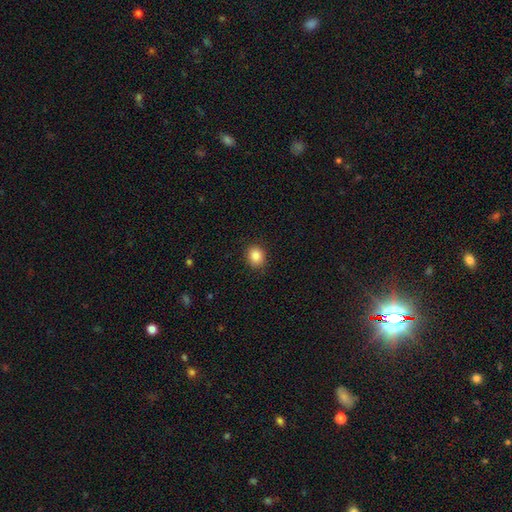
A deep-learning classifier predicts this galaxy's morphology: smooth-or-featured: smooth: 86% | star or artifact: 10% | featured or disk: 5%
  how-rounded: round: 69% | in between: 30% | cigar-shaped: 1%
  merging: none: 88% | minor disturbance: 9% | major disturbance: 2% | merger: 1%